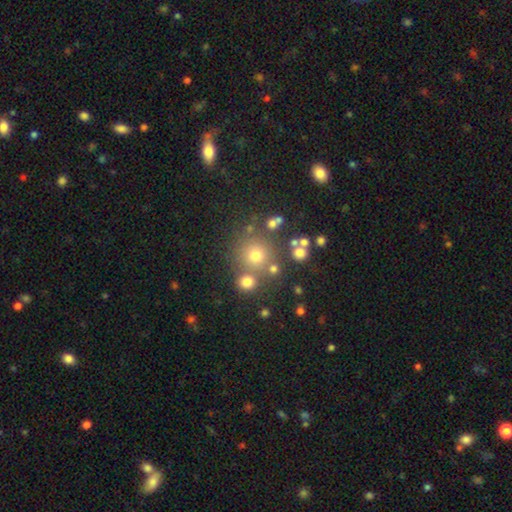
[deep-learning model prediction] Smooth or featured? Predicted: smooth (p=0.69). How rounded? Predicted: round (p=0.92). Merging? Predicted: none (p=0.74).